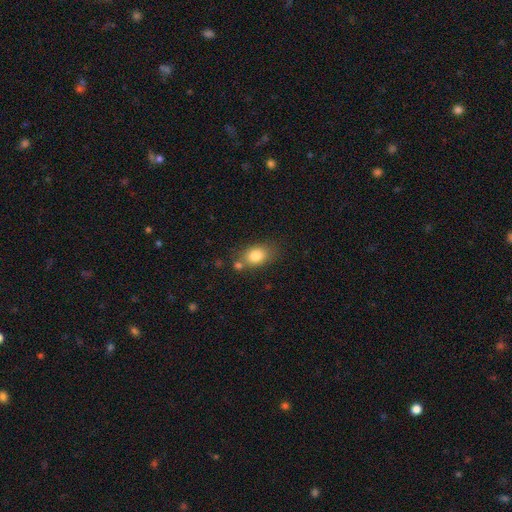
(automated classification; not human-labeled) A smooth galaxy with no disk features (81%) that is in between round and cigar-shaped (71%).

Vote fractions:
- Smooth or featured? smooth: 81% / featured or disk: 10% / star or artifact: 9%
- How rounded? in between: 71% / round: 27% / cigar-shaped: 2%
- Merging? none: 63% / minor disturbance: 17% / merger: 15% / major disturbance: 5%